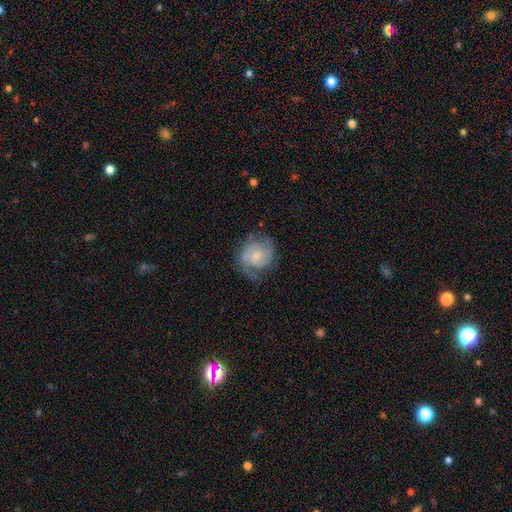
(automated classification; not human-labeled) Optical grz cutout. It shows a featured or disk galaxy (72%) with no bar (66%), 2 (59%) tight (43%) spiral arms (91%) and a small central bulge (49%). Merging: none (59%).